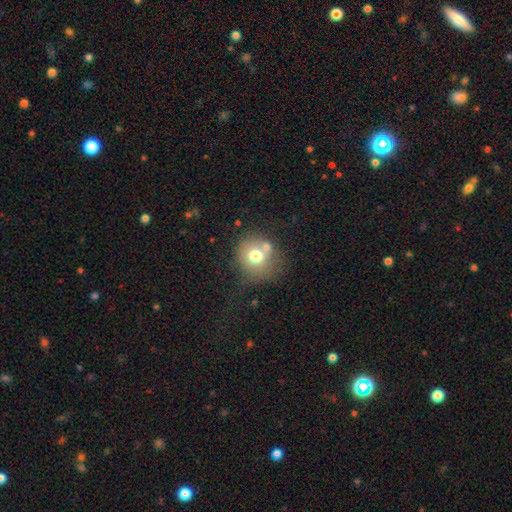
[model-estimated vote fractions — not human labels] Smooth or featured: smooth — 69% (featured or disk — 20%)
How rounded: round — 83% (in between — 16%)
Merging: none — 51% (merger — 23%)